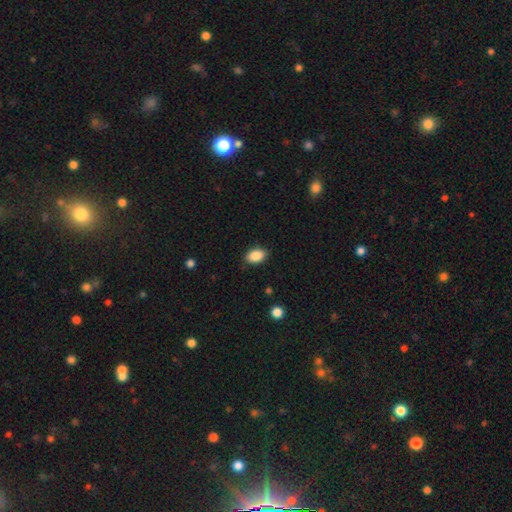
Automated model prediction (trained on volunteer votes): Smooth or featured? Predicted: smooth (p=0.88). How rounded? Predicted: in between (p=0.89). Merging? Predicted: none (p=0.87).